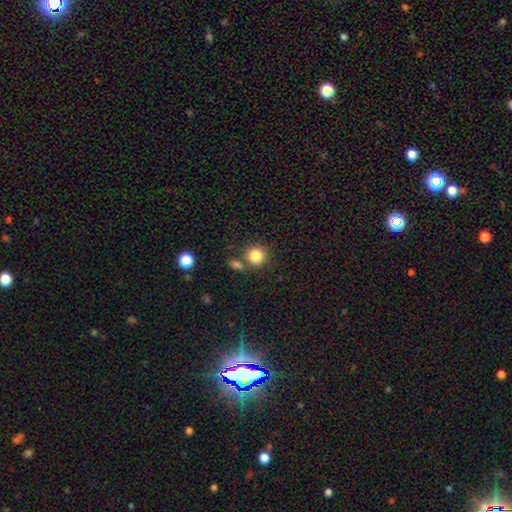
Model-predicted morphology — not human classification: This appears to be a smooth galaxy with no disk features (84%) that is round (88%). Merging: none (71%).